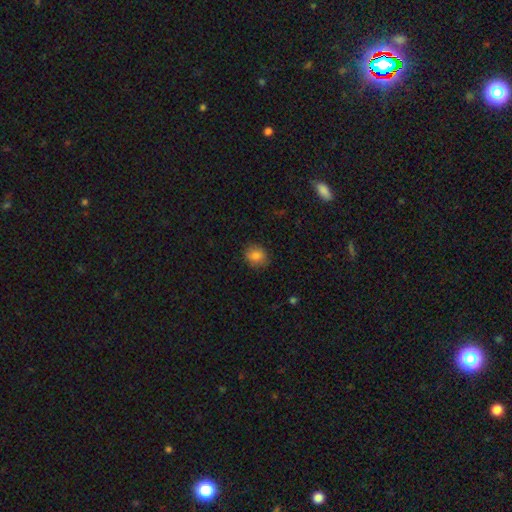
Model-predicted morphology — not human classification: Smooth or featured?
  - smooth: 83% *
  - star or artifact: 10%
  - featured or disk: 7%
How rounded?
  - round: 67% *
  - in between: 32%
  - cigar-shaped: 1%
Merging?
  - none: 86% *
  - minor disturbance: 11%
  - major disturbance: 2%
  - merger: 1%